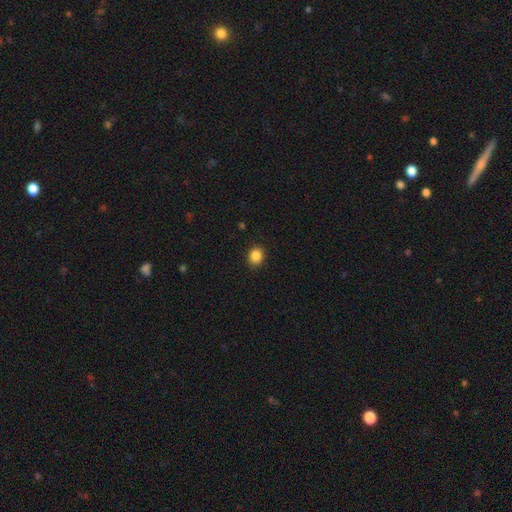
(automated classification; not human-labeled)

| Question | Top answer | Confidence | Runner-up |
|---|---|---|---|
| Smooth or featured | smooth | 86% | star or artifact (10%) |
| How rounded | round | 63% | in between (36%) |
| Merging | none | 90% | minor disturbance (7%) |